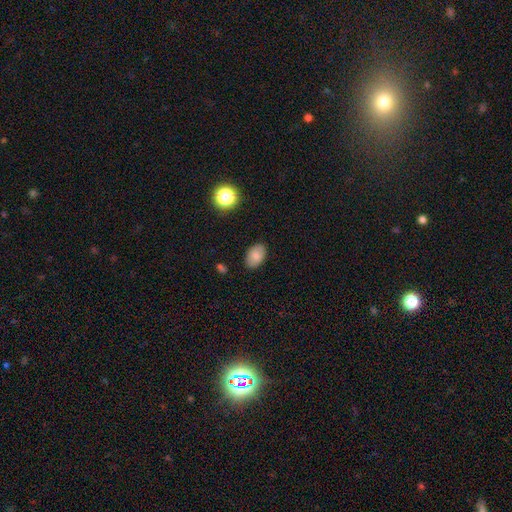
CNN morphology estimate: type=smooth (79%); roundness=in between (88%); merging=none (86%).